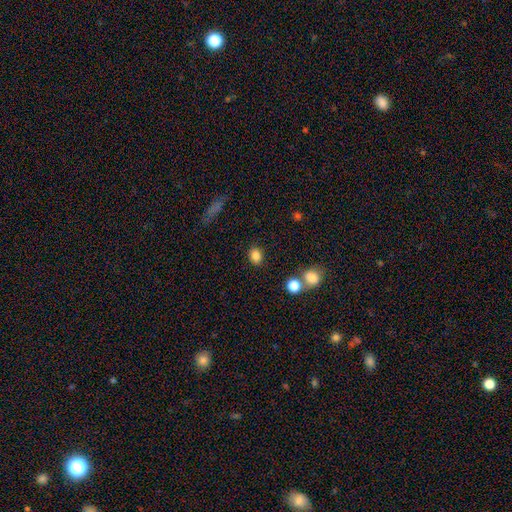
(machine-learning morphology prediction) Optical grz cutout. It shows a smooth galaxy with no disk features (84%) that is in between round and cigar-shaped (53%). Merging: none (83%).